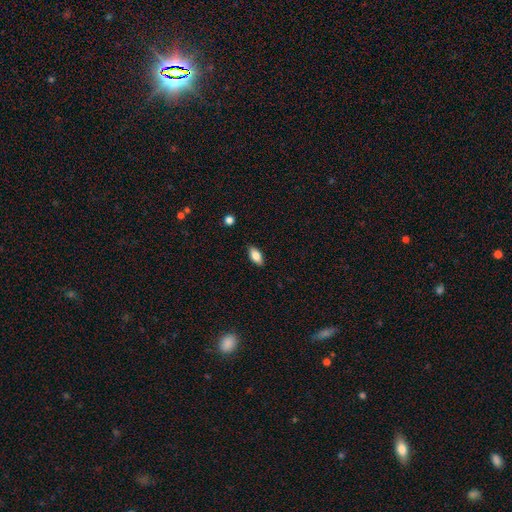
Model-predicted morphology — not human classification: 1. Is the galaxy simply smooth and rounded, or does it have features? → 81% smooth, 12% featured or disk, 7% star or artifact.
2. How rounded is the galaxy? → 89% in between, 8% cigar-shaped, 3% round.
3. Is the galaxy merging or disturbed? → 87% none, 10% minor disturbance, 2% major disturbance, 1% merger.